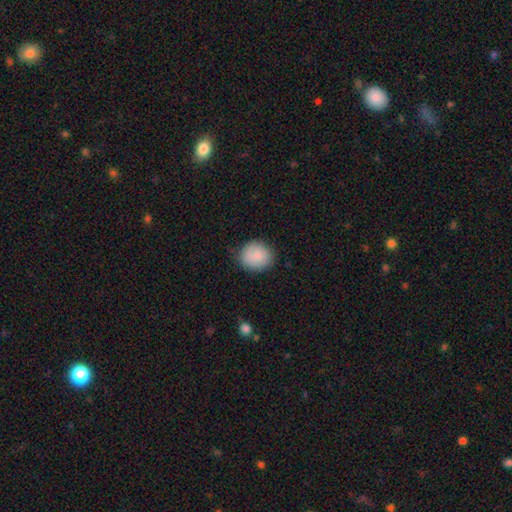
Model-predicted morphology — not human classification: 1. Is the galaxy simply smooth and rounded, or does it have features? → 87% smooth, 7% star or artifact, 6% featured or disk.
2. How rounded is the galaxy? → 76% round, 23% in between, 1% cigar-shaped.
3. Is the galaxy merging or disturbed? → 82% none, 14% minor disturbance, 3% major disturbance, 1% merger.